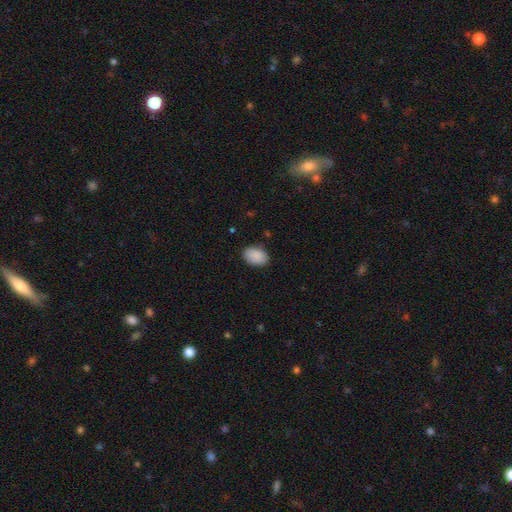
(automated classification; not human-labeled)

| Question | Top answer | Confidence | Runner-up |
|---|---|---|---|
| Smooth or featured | smooth | 90% | star or artifact (7%) |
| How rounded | in between | 87% | round (12%) |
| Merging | none | 86% | minor disturbance (11%) |